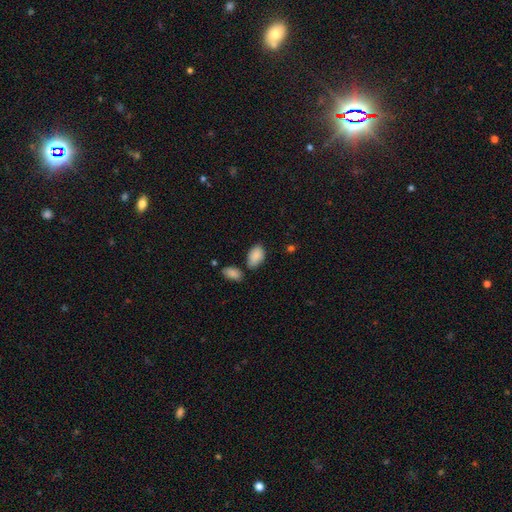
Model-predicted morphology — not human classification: This is clearly a smooth galaxy (87%). How rounded: clearly in between (92%). Merging: likely none (63%).